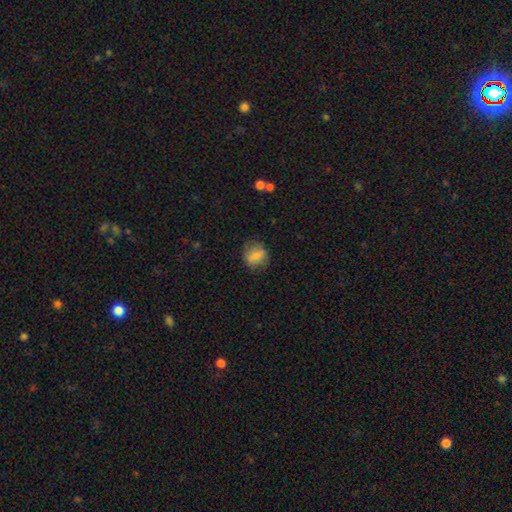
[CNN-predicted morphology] smooth-or-featured: smooth: 72% | featured or disk: 19% | star or artifact: 9%
  how-rounded: round: 72% | in between: 27% | cigar-shaped: 1%
  merging: none: 76% | minor disturbance: 16% | major disturbance: 6% | merger: 1%